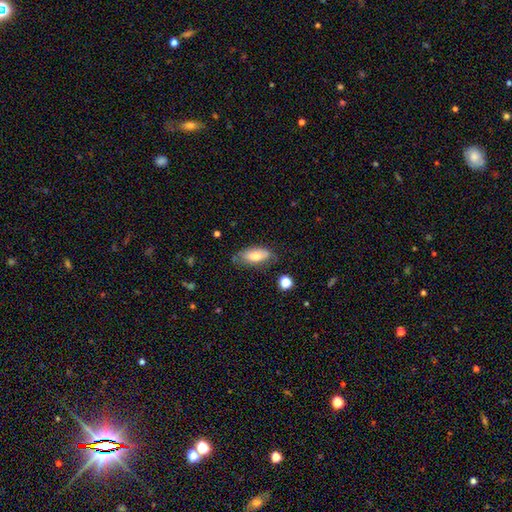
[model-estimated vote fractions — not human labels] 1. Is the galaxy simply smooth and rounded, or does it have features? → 70% smooth, 23% featured or disk, 7% star or artifact.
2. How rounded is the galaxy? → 84% in between, 13% cigar-shaped, 3% round.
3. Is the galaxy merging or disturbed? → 65% none, 26% minor disturbance, 6% major disturbance, 3% merger.